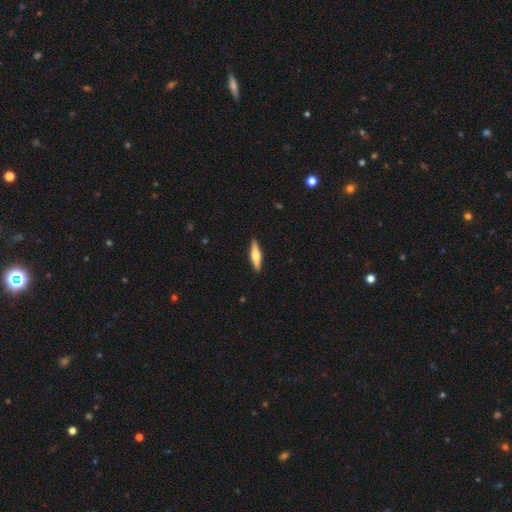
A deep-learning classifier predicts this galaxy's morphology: Q: Smooth or featured?
A: featured or disk (51%); runner-up: smooth (43%)
Q: Edge-on disk?
A: yes (96%); runner-up: no (4%)
Q: Merging?
A: none (90%); runner-up: minor disturbance (7%)